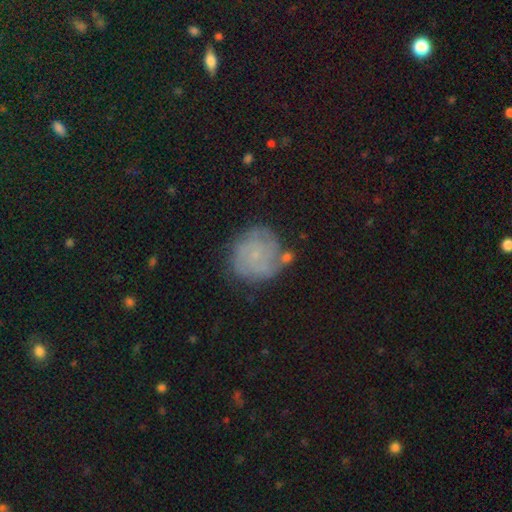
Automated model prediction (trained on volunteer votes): This is likely a featured or disk galaxy (65%). It is clearly not viewed edge-on (98%). Bar: likely no (76%). Spiral arm pattern: clearly yes (88%). Spiral arm count: marginally can't tell (37%). Spiral winding: likely tight (66%). Central bulge: likely small (75%). Merging: likely none (69%).